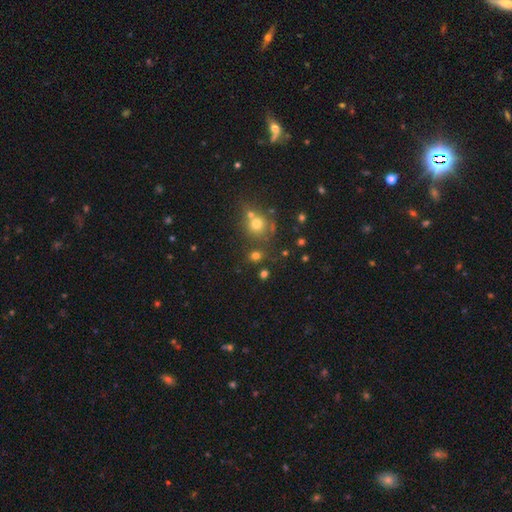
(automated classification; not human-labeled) This appears to be a smooth galaxy with no disk features (71%) that is round (80%). Merging: none (70%).